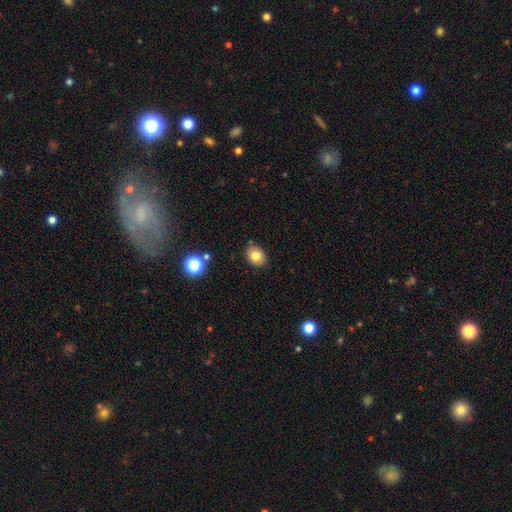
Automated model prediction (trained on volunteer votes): Smooth or featured? Predicted: smooth (p=0.80). How rounded? Predicted: in between (p=0.62). Merging? Predicted: none (p=0.85).